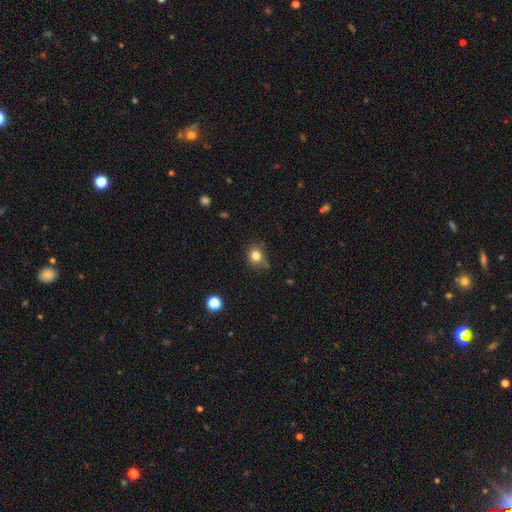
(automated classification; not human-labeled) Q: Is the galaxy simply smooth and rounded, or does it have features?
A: smooth — 80%.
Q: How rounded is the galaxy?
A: round — 75%.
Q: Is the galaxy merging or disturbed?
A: none — 63%.